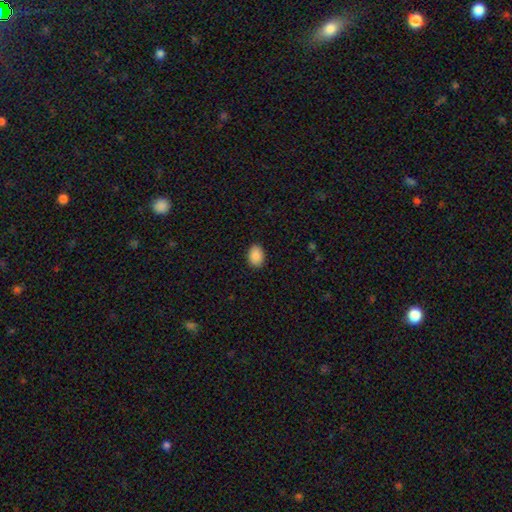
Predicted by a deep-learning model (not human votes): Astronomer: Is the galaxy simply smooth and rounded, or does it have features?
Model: smooth — 89%.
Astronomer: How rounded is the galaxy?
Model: in between — 75%.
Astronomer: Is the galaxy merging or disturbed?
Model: none — 89%.